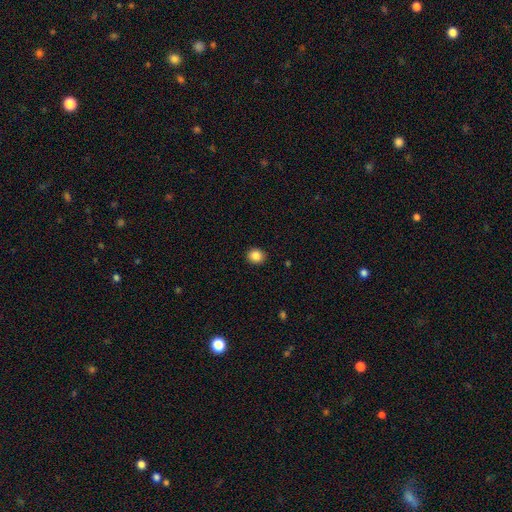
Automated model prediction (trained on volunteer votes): This appears to be a smooth galaxy with no disk features (86%) that is round (81%). Merging: none (92%).